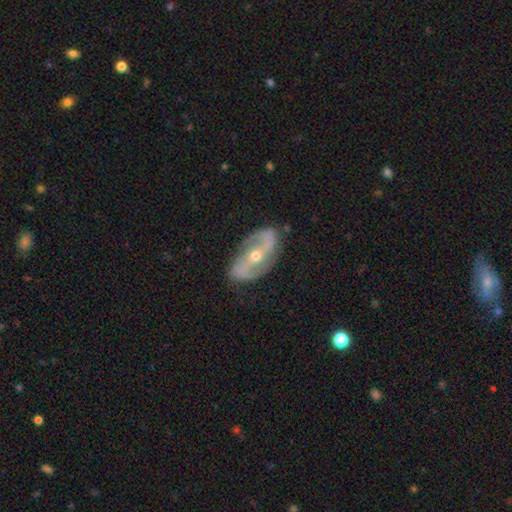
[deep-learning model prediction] smooth_or_featured: featured or disk (p=0.87) [alt: smooth p=0.08]
disk_edge_on: no (p=0.95) [alt: yes p=0.05]
bar: strong (p=0.38) [alt: no p=0.33]
has_spiral_arms: yes (p=0.93) [alt: no p=0.07]
spiral_winding: loose (p=0.51) [alt: medium p=0.35]
spiral_arm_count: 2 (p=0.92) [alt: can't tell p=0.03]
bulge_size: small (p=0.49) [alt: moderate p=0.48]
merging: none (p=0.82) [alt: minor disturbance p=0.13]